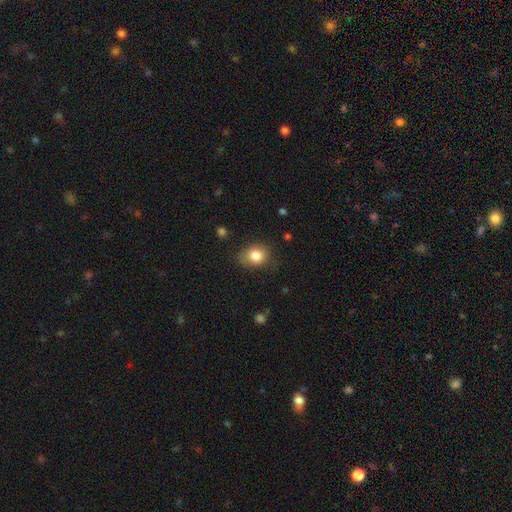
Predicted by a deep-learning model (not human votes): This appears to be a smooth galaxy with no disk features (82%) that is round (50%). Merging: none (75%).